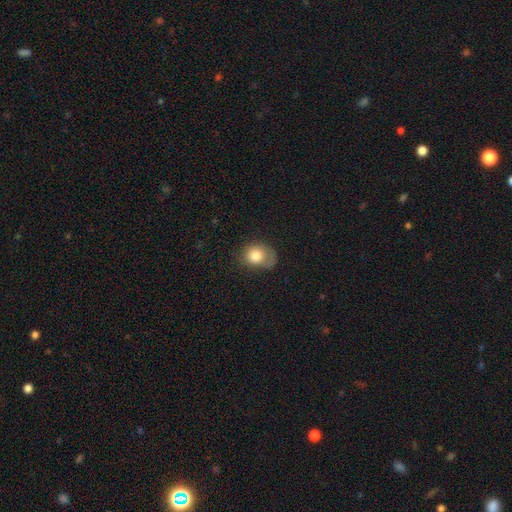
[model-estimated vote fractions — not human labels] This appears to be a smooth galaxy with no disk features (79%) that is round (53%). Merging: none (43%).